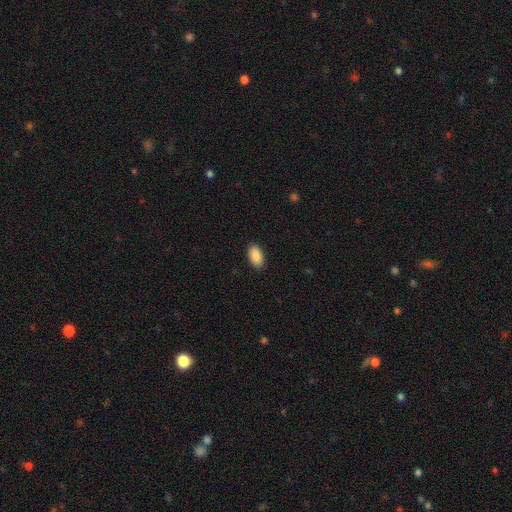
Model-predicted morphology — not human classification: smooth 90%, star or artifact 6%, featured or disk 4%. Down the decision tree: how rounded — in between (95%); merging — none (90%).